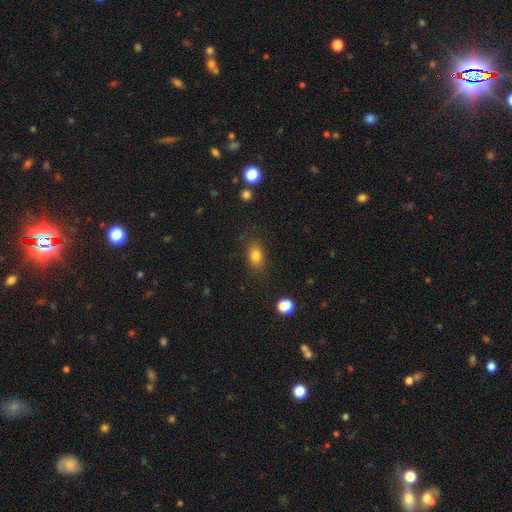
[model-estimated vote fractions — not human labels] This is clearly a smooth galaxy (81%). How rounded: likely in between (74%). Merging: clearly none (82%).